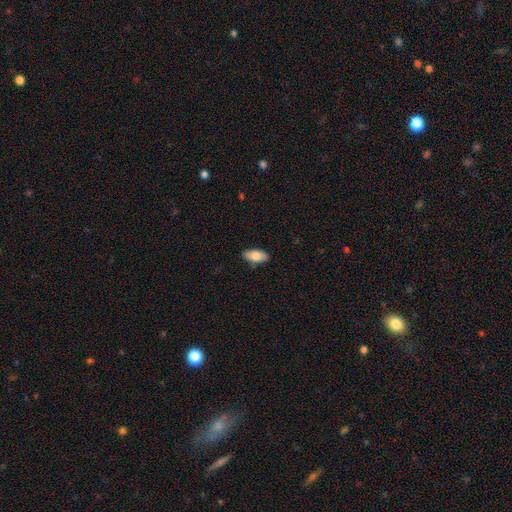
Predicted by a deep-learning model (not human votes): smooth-or-featured: smooth: 79% | featured or disk: 15% | star or artifact: 6%
  how-rounded: in between: 92% | cigar-shaped: 5% | round: 3%
  merging: none: 85% | minor disturbance: 12% | major disturbance: 2% | merger: 1%